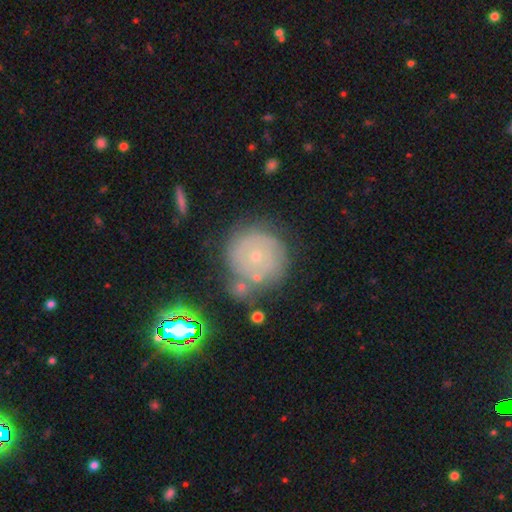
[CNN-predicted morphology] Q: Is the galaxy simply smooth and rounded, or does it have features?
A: featured or disk — 60%.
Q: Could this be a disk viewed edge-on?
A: no — 97%.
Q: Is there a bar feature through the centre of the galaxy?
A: no — 83%.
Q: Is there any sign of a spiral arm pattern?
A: yes — 78%.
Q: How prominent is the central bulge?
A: small — 74%.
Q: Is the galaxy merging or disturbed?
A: none — 72%.